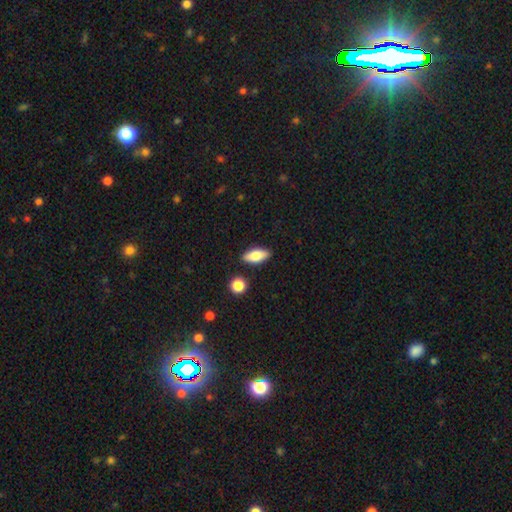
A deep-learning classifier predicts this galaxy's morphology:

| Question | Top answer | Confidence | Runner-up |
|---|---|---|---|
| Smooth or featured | smooth | 77% | featured or disk (16%) |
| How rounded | in between | 81% | cigar-shaped (15%) |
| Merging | none | 86% | minor disturbance (9%) |